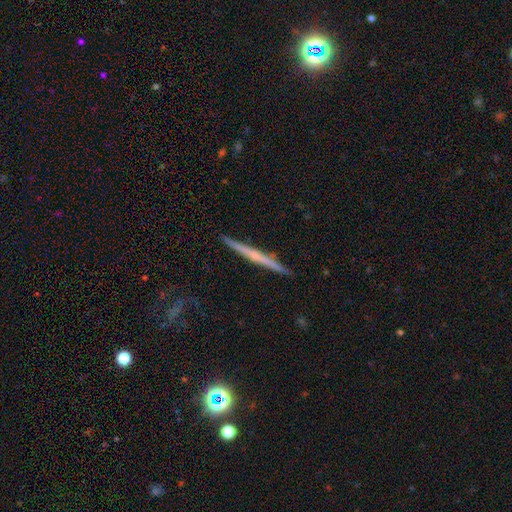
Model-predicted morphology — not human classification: Smooth or featured?
  - featured or disk: 66% *
  - smooth: 27%
  - star or artifact: 6%
Edge-on disk?
  - yes: 98% *
  - no: 2%
Edge-on bulge?
  - none: 57% *
  - rounded: 36%
  - boxy: 7%
Merging?
  - none: 91% *
  - minor disturbance: 6%
  - major disturbance: 1%
  - merger: 1%